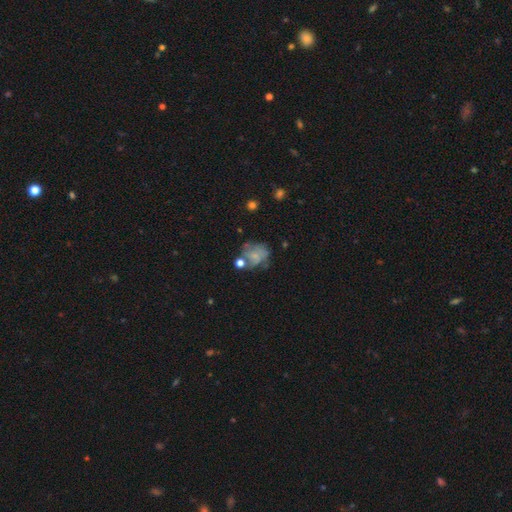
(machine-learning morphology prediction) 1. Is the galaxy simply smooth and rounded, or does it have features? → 46% featured or disk, 42% smooth, 12% star or artifact.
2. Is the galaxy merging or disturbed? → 43% none, 24% minor disturbance, 20% major disturbance, 13% merger.